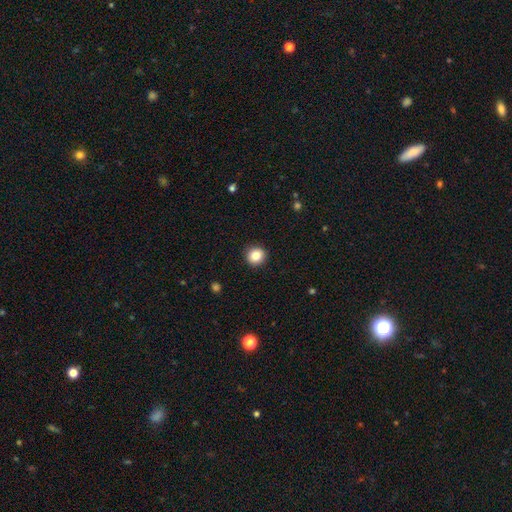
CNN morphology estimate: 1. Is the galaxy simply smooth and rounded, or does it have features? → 84% smooth, 10% star or artifact, 6% featured or disk.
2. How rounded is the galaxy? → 93% round, 6% in between, 1% cigar-shaped.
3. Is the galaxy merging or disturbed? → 92% none, 5% minor disturbance, 2% major disturbance, 1% merger.